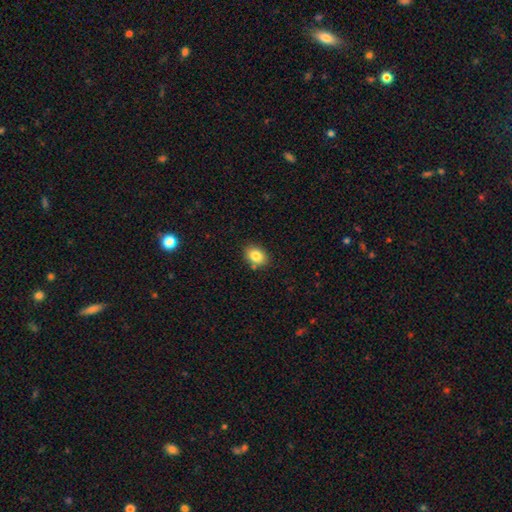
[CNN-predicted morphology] A smooth galaxy with no disk features (83%) that is in between round and cigar-shaped (69%). Merging: none (80%).